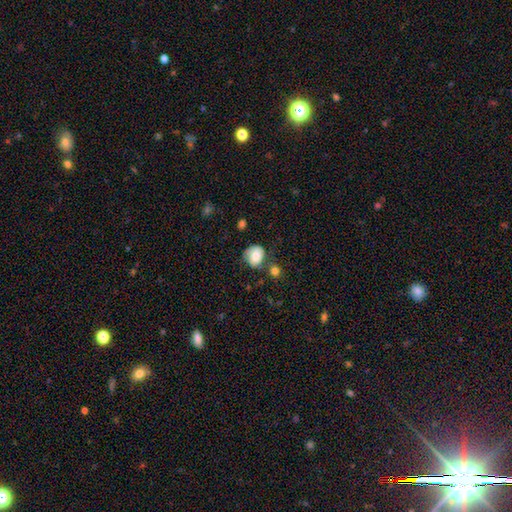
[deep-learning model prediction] Smooth or featured: smooth — 73% (featured or disk — 19%)
How rounded: round — 66% (in between — 33%)
Merging: none — 50% (minor disturbance — 28%)